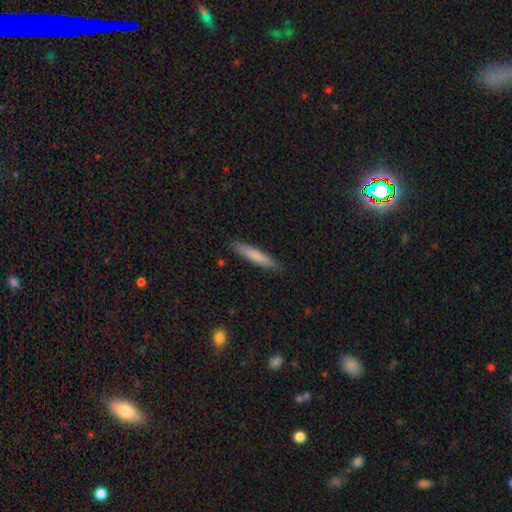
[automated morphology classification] The model was most divided on "smooth or featured": smooth: 77%, featured or disk: 18%, star or artifact: 6%. More confident: how rounded — cigar-shaped (91%); merging — none (88%).